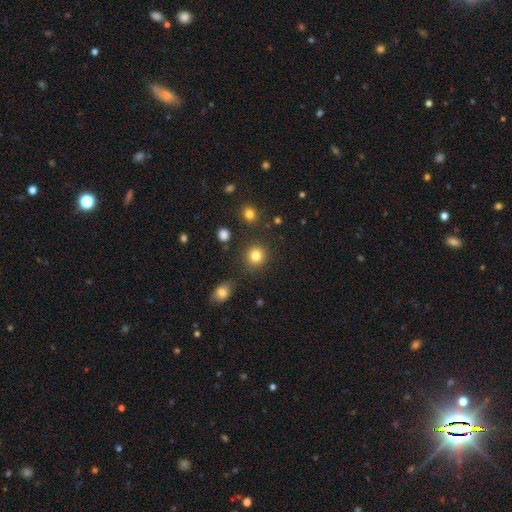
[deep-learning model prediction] This is clearly a smooth galaxy (83%). How rounded: clearly round (90%). Merging: clearly none (87%).